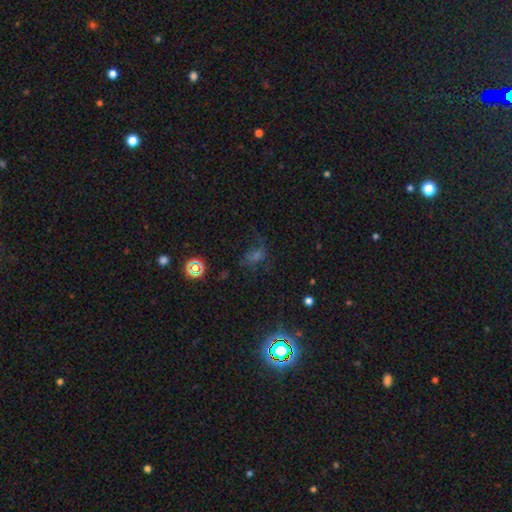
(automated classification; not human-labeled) star or artifact 47%, smooth 30%, featured or disk 23%.